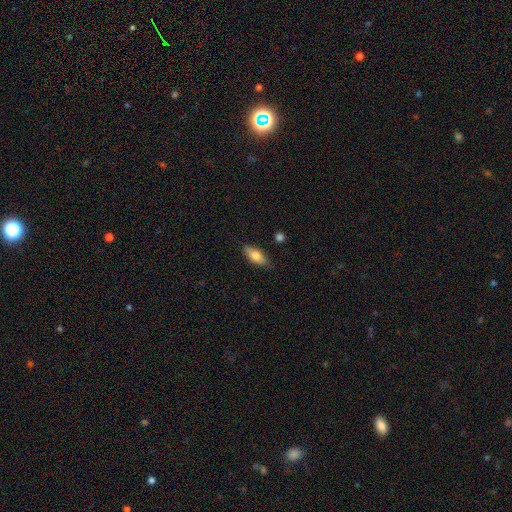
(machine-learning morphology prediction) This appears to be a smooth galaxy with no disk features (72%) that is in between round and cigar-shaped (75%). Merging: none (82%).